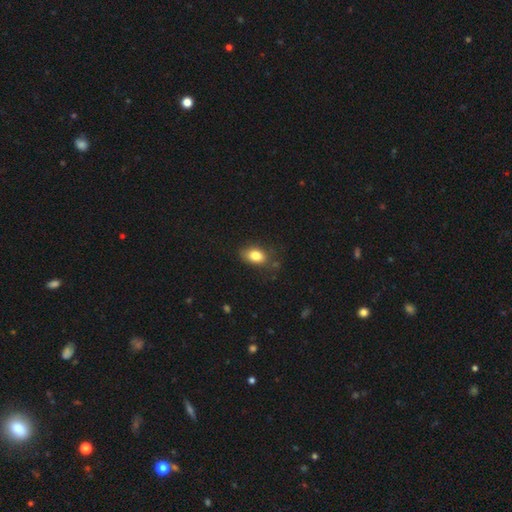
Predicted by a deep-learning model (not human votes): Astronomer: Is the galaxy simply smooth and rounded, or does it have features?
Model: smooth — 82%.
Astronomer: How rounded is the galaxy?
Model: in between — 83%.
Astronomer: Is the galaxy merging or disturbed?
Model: none — 73%.